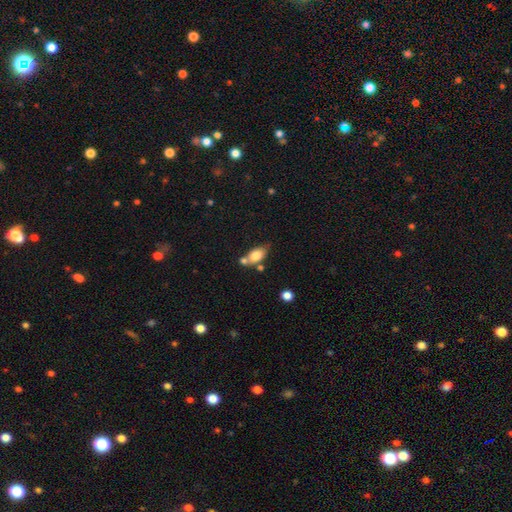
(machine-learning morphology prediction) A smooth galaxy with no disk features (76%) that is in between round and cigar-shaped (82%).

Vote fractions:
- Smooth or featured? smooth: 76% / featured or disk: 16% / star or artifact: 8%
- How rounded? in between: 82% / round: 13% / cigar-shaped: 5%
- Merging? none: 46% / merger: 29% / minor disturbance: 19% / major disturbance: 6%